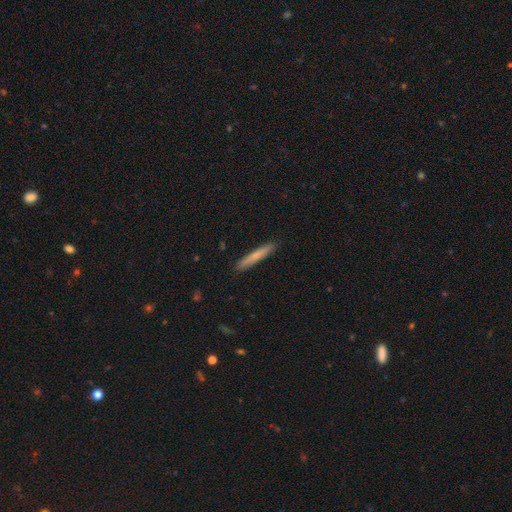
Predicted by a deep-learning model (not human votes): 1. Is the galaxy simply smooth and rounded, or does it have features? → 70% smooth, 24% featured or disk, 6% star or artifact.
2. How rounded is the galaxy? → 95% cigar-shaped, 4% in between, 1% round.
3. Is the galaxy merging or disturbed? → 91% none, 6% minor disturbance, 1% major disturbance, 1% merger.